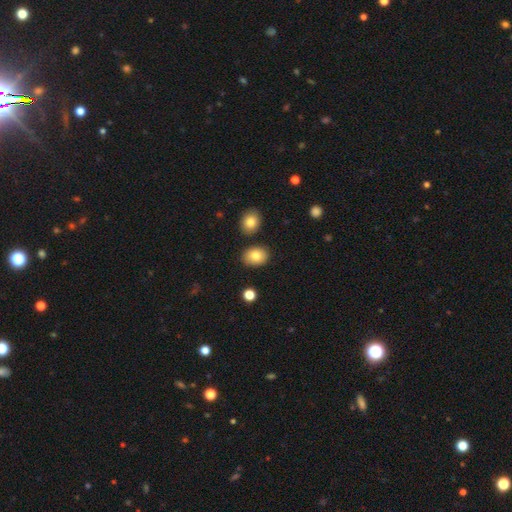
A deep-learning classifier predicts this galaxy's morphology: The model was most divided on "how rounded": in between: 63%, round: 36%, cigar-shaped: 1%. More confident: merging — none (84%); smooth or featured — smooth (81%).